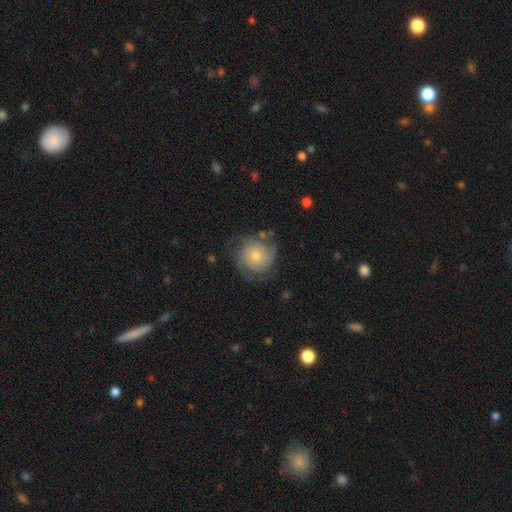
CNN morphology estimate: Q: Smooth or featured?
A: featured or disk (48%); runner-up: smooth (45%)
Q: Merging?
A: none (63%); runner-up: minor disturbance (22%)